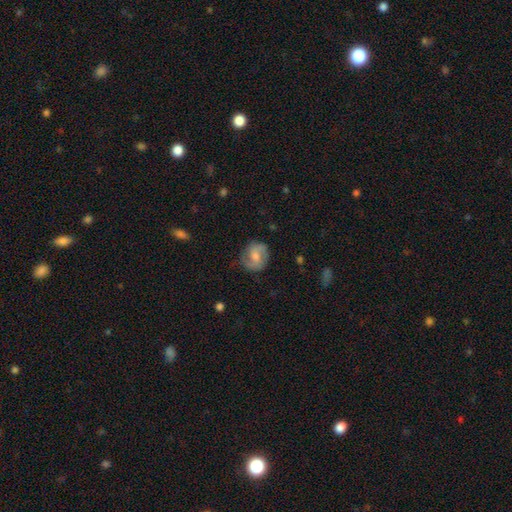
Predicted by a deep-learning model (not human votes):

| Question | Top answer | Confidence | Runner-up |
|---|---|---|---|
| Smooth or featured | featured or disk | 61% | smooth (32%) |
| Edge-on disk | no | 97% | yes (3%) |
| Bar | weak | 45% | no (42%) |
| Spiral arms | yes | 89% | no (11%) |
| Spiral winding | medium | 46% | loose (31%) |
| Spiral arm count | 2 | 86% | can't tell (7%) |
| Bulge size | moderate | 53% | small (36%) |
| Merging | none | 75% | minor disturbance (18%) |